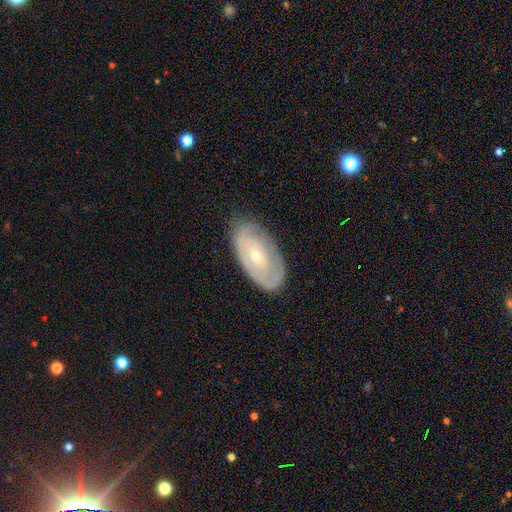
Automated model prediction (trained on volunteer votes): A featured or disk galaxy (68%) with no bar (71%), spiral arms (64%) and a small central bulge (60%).

Vote fractions:
- Smooth or featured? featured or disk: 68% / smooth: 26% / star or artifact: 6%
- Edge-on disk? no: 92% / yes: 8%
- Bar? no: 71% / weak: 22% / strong: 6%
- Spiral arms? yes: 64% / no: 36%
- Bulge size? small: 60% / moderate: 36% / large: 2% / none: 1% / dominant: 1%
- Merging? none: 77% / minor disturbance: 17% / major disturbance: 5% / merger: 1%